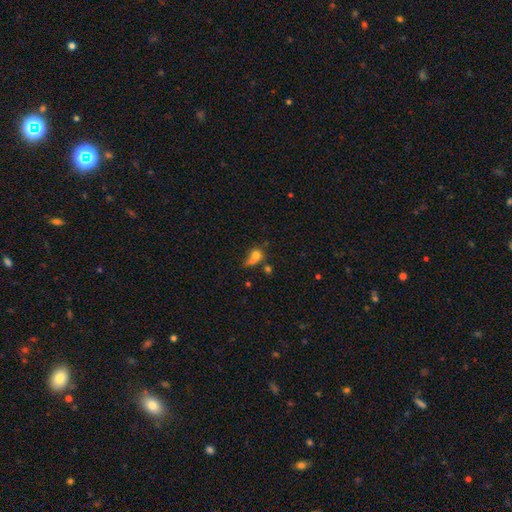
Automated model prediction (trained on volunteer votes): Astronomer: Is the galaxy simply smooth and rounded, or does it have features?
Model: smooth — 70%.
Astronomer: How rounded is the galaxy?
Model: round — 59% (runner-up: in between, 37%).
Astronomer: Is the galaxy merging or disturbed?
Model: merger — 31% (runner-up: none, 30%).